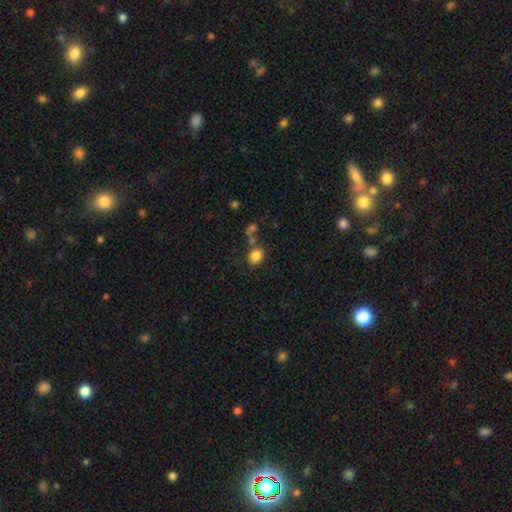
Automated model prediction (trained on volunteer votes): Smooth or featured? smooth (83%)
How rounded? round (66%)
Merging? none (69%)